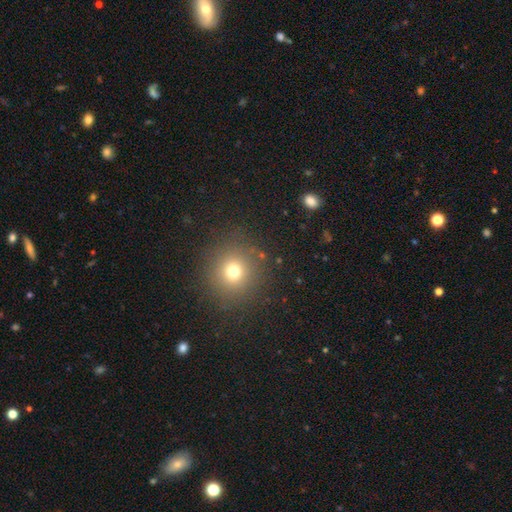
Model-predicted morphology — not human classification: Smooth or featured: smooth — 63% (star or artifact — 30%)
How rounded: round — 94% (in between — 5%)
Merging: none — 91% (minor disturbance — 5%)